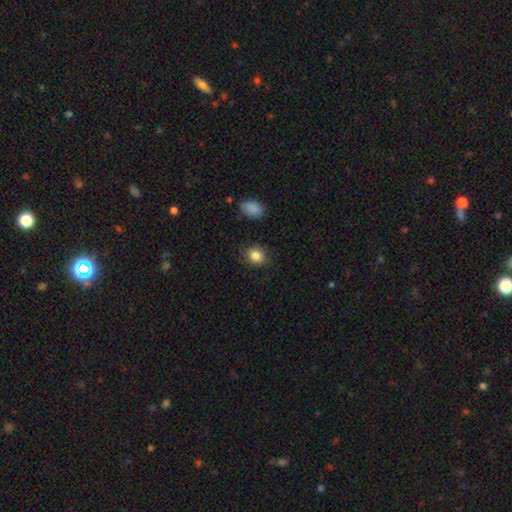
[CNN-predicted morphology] Smooth or featured? Predicted: smooth (p=0.85). How rounded? Predicted: round (p=0.69). Merging? Predicted: none (p=0.82).